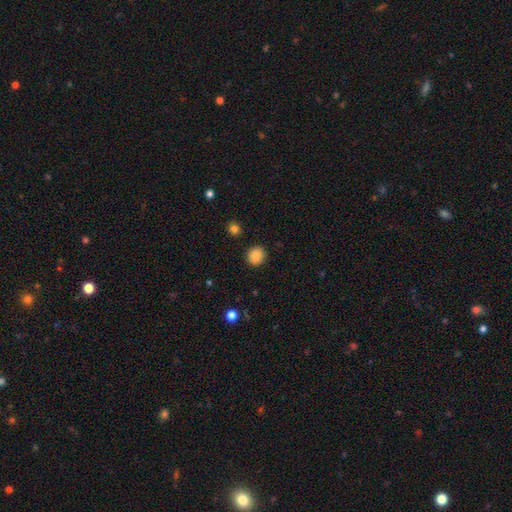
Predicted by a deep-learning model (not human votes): Q: Smooth or featured?
A: smooth (85%); runner-up: star or artifact (10%)
Q: How rounded?
A: round (87%); runner-up: in between (12%)
Q: Merging?
A: none (87%); runner-up: minor disturbance (9%)